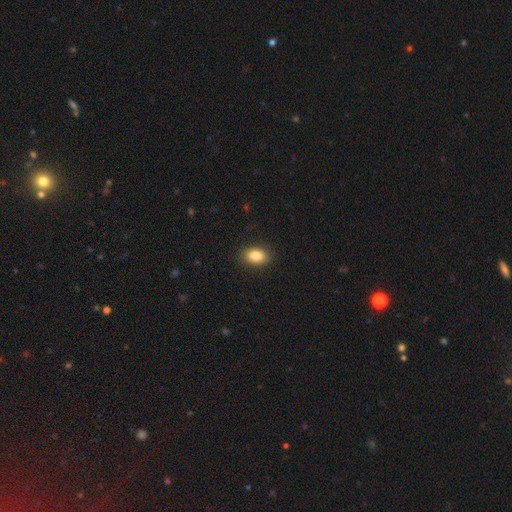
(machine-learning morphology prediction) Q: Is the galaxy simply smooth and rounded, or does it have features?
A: smooth — 86%.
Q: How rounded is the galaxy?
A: in between — 82%.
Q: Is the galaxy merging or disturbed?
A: none — 88%.